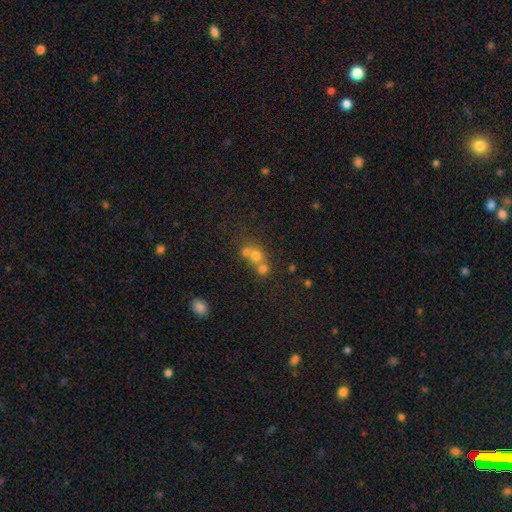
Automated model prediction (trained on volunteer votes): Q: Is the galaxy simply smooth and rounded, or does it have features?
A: smooth — 64%.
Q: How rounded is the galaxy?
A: round — 82%.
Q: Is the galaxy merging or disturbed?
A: merger — 57%.